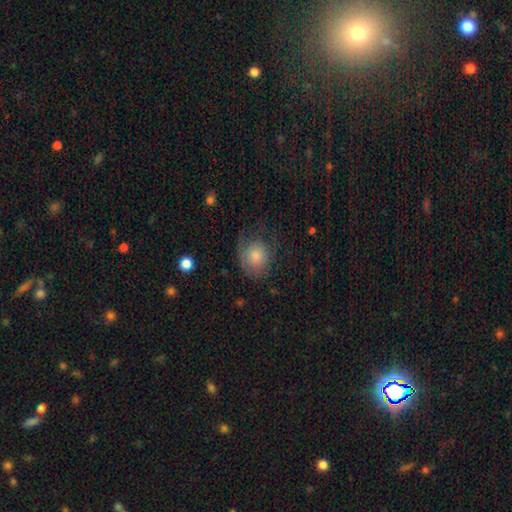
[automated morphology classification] Overall: smooth (65%; featured or disk 28%). How rounded: round (56%; in between 43%). Merging: none (44%; major disturbance 29%).